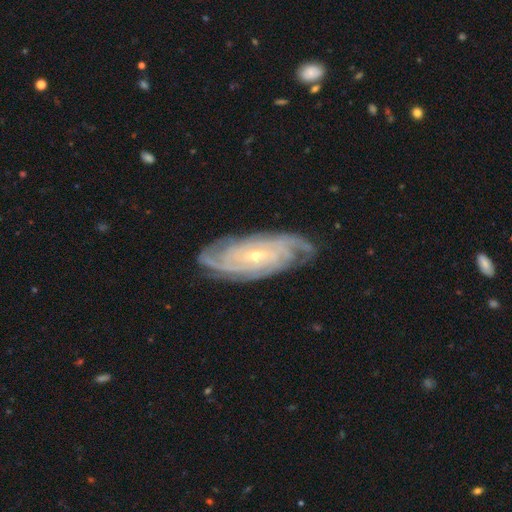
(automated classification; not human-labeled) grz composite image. It shows a featured or disk galaxy (89%) with no bar (48%), 4 (28%) tight (79%) spiral arms (98%) and a small central bulge (75%). Merging: none (81%).